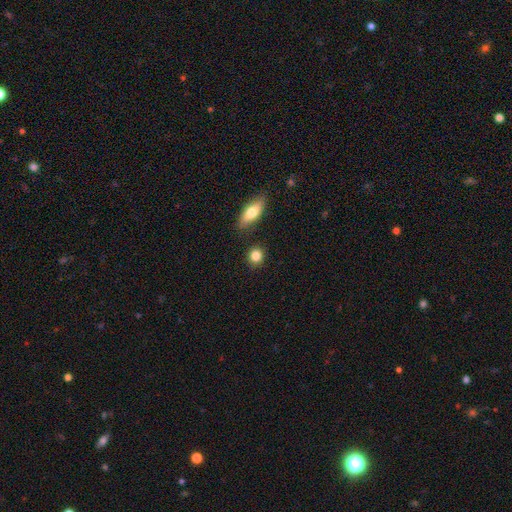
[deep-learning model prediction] Q: Smooth or featured?
A: smooth (85%); runner-up: star or artifact (9%)
Q: How rounded?
A: round (79%); runner-up: in between (19%)
Q: Merging?
A: none (85%); runner-up: minor disturbance (9%)